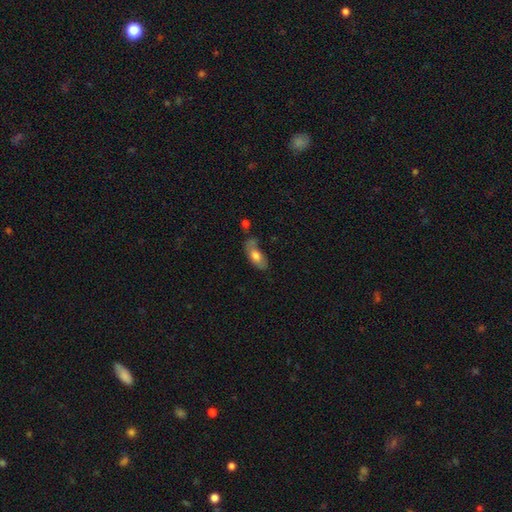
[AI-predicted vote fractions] Overall: smooth (70%). How rounded: in between (87%). Merging: none (45%; minor disturbance 29%).